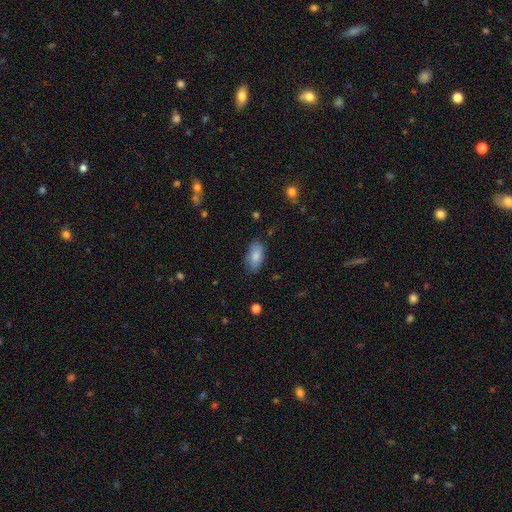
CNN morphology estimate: A smooth galaxy with no disk features (81%) that is in between round and cigar-shaped (92%). Merging: none (74%).